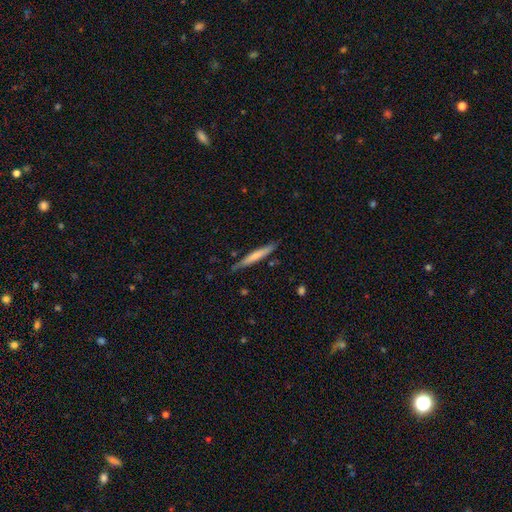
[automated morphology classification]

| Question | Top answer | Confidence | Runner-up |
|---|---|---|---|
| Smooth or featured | smooth | 62% | featured or disk (32%) |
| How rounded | cigar-shaped | 95% | in between (3%) |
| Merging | none | 84% | minor disturbance (12%) |